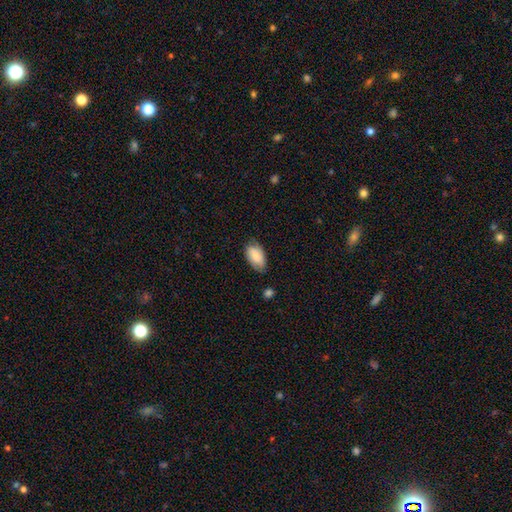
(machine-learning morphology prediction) Smooth or featured?
  - smooth: 80% *
  - featured or disk: 13%
  - star or artifact: 6%
How rounded?
  - in between: 94% *
  - round: 4%
  - cigar-shaped: 2%
Merging?
  - none: 65% *
  - minor disturbance: 28%
  - major disturbance: 5%
  - merger: 2%